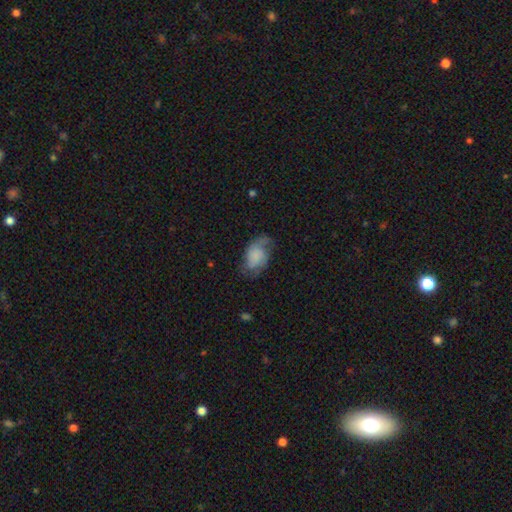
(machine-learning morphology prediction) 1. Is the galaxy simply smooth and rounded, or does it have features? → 54% featured or disk, 37% smooth, 8% star or artifact.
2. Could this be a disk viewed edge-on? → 97% no, 3% yes.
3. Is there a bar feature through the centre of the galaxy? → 74% no, 22% weak, 4% strong.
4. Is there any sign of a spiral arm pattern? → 86% yes, 14% no.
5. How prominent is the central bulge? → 47% none, 22% small, 14% large, 12% moderate, 6% dominant.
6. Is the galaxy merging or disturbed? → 52% none, 27% minor disturbance, 19% major disturbance, 2% merger.